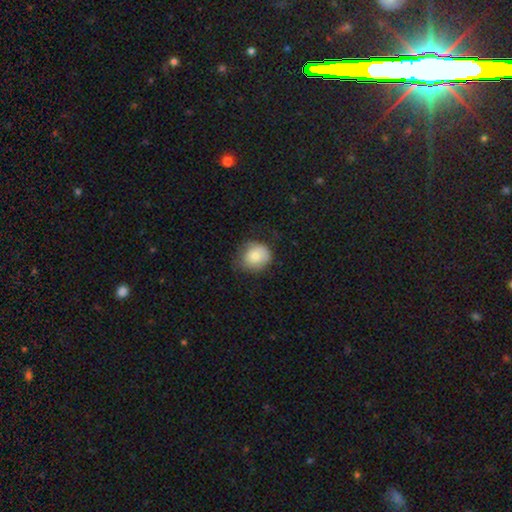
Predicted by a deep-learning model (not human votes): This is likely a smooth galaxy (79%). How rounded: likely round (67%). Merging: possibly none (56%).